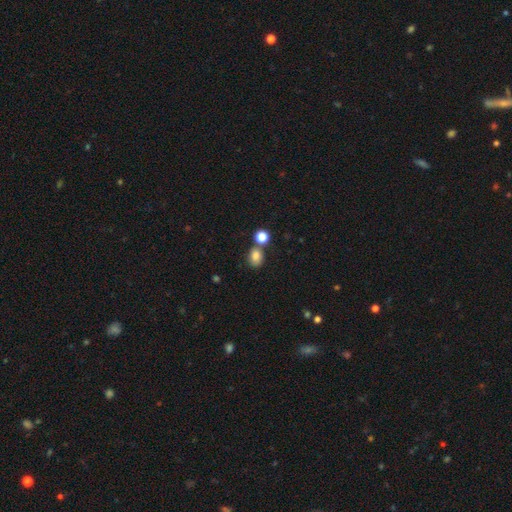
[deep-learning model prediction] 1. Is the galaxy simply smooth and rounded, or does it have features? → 81% smooth, 12% star or artifact, 6% featured or disk.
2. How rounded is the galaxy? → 50% in between, 48% round, 1% cigar-shaped.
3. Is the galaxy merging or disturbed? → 64% none, 19% merger, 12% minor disturbance, 4% major disturbance.